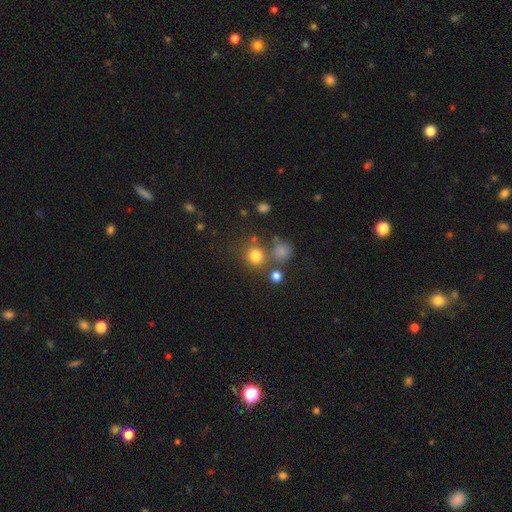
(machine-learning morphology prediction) Q: Smooth or featured?
A: smooth (77%); runner-up: star or artifact (16%)
Q: How rounded?
A: round (86%); runner-up: in between (13%)
Q: Merging?
A: none (70%); runner-up: merger (16%)